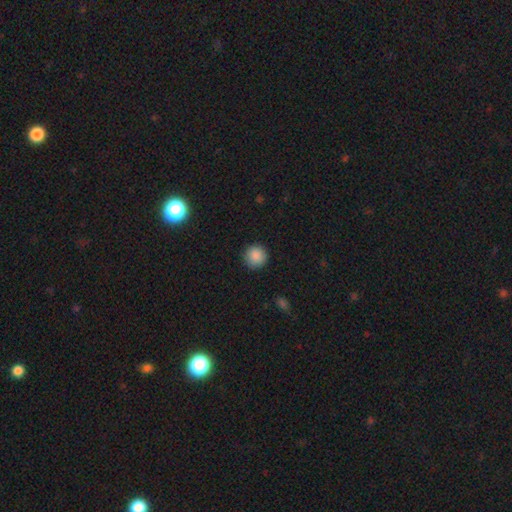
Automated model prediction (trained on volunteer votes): Smooth or featured: smooth — 88% (star or artifact — 9%)
How rounded: round — 95% (in between — 5%)
Merging: none — 89% (minor disturbance — 8%)